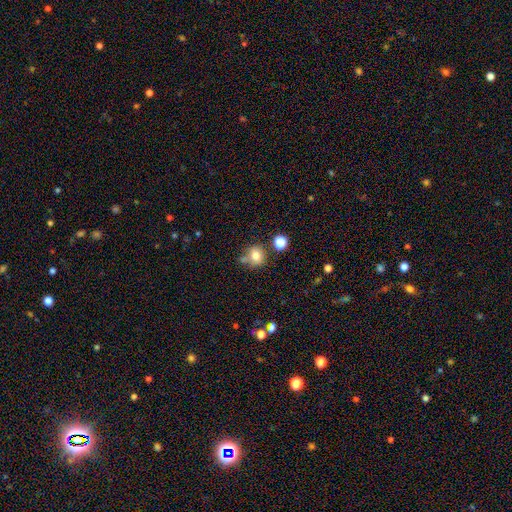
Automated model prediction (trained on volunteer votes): A smooth galaxy with no disk features (77%) that is round (81%).

Vote fractions:
- Smooth or featured? smooth: 77% / star or artifact: 12% / featured or disk: 10%
- How rounded? round: 81% / in between: 18% / cigar-shaped: 1%
- Merging? none: 62% / minor disturbance: 17% / merger: 16% / major disturbance: 5%